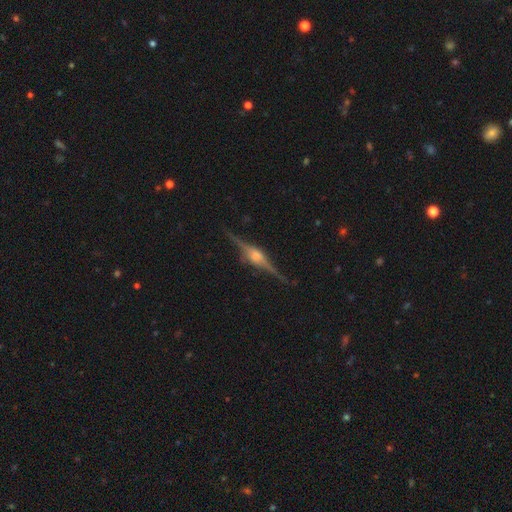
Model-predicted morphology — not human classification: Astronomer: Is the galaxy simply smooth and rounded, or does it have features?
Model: featured or disk — 88%.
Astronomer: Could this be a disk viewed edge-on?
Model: yes — 98%.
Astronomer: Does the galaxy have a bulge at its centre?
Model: rounded — 85%.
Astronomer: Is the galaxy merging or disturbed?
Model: none — 88%.